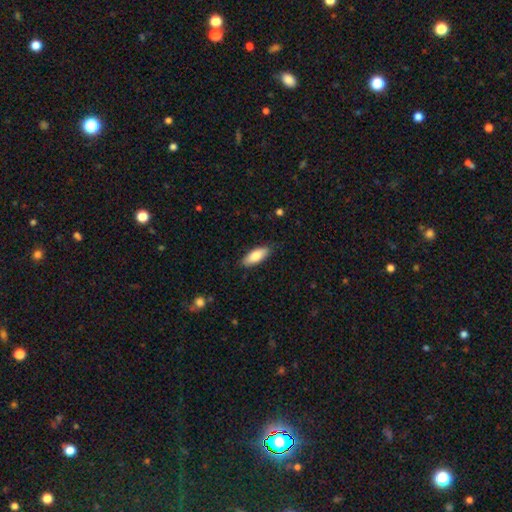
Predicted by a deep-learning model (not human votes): Smooth or featured? smooth (82%)
How rounded? in between (77%)
Merging? none (84%)